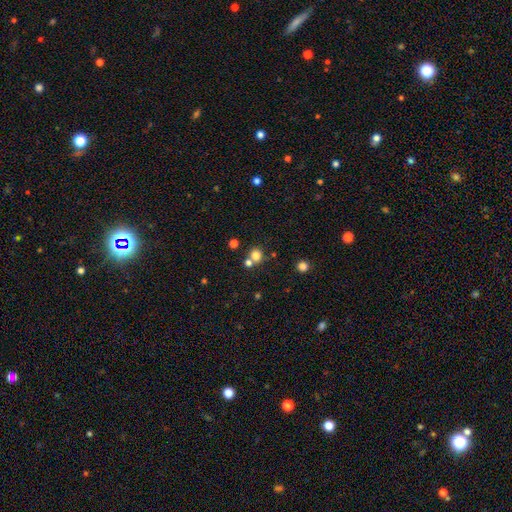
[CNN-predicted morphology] The model was most divided on "merging": none: 57%, merger: 32%, minor disturbance: 8%, major disturbance: 3%. More confident: how rounded — round (85%); smooth or featured — smooth (77%).